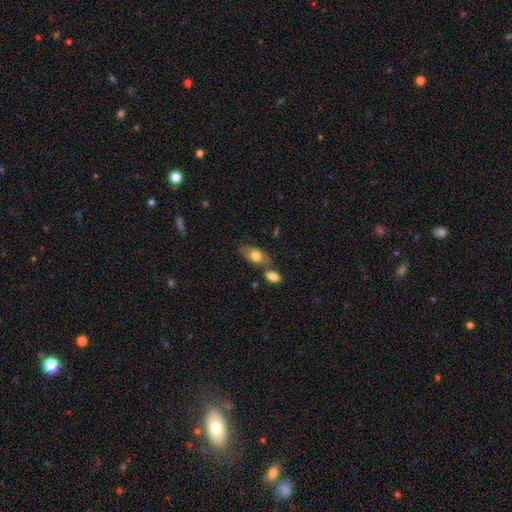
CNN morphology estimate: A smooth galaxy with no disk features (72%) that is in between round and cigar-shaped (89%). Merging: none (63%).